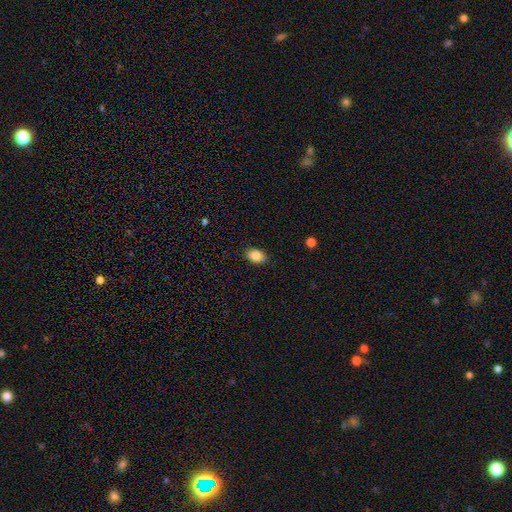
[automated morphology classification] The model was most divided on "how rounded": in between: 83%, round: 16%, cigar-shaped: 1%. More confident: merging — none (88%); smooth or featured — smooth (88%).